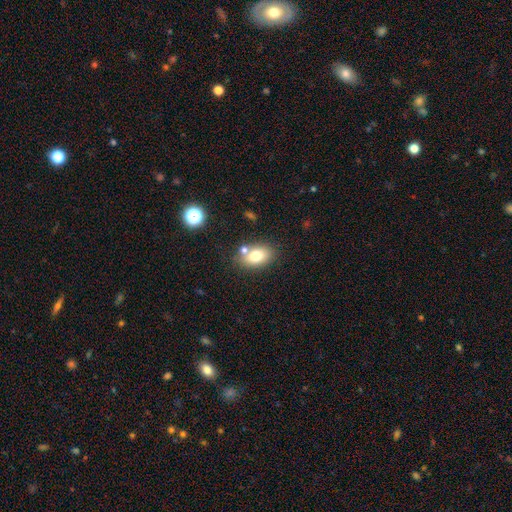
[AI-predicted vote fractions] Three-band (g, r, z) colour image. It shows a smooth galaxy with no disk features (74%) that is in between round and cigar-shaped (81%). Merging: none (68%).